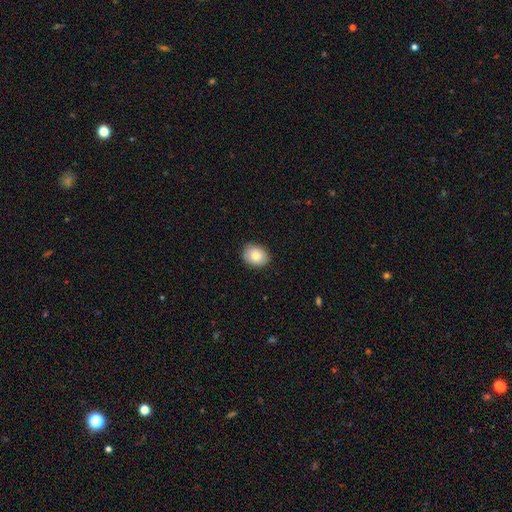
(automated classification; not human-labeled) Smooth or featured? Predicted: smooth (p=0.81). How rounded? Predicted: in between (p=0.59). Merging? Predicted: none (p=0.83).